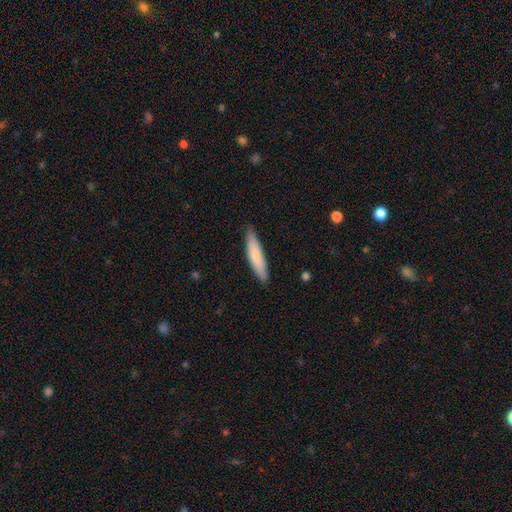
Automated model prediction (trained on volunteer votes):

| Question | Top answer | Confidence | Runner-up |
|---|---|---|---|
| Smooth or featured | smooth | 74% | featured or disk (20%) |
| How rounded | cigar-shaped | 82% | in between (17%) |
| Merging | none | 86% | minor disturbance (11%) |